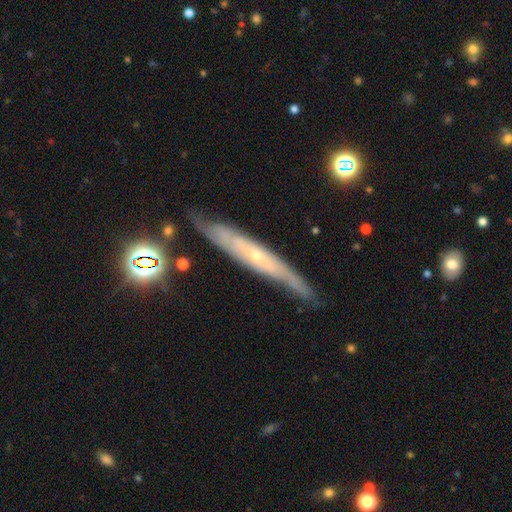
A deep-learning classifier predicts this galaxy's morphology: type=featured or disk (75%); edge-on=yes (64%); merging=none (76%).